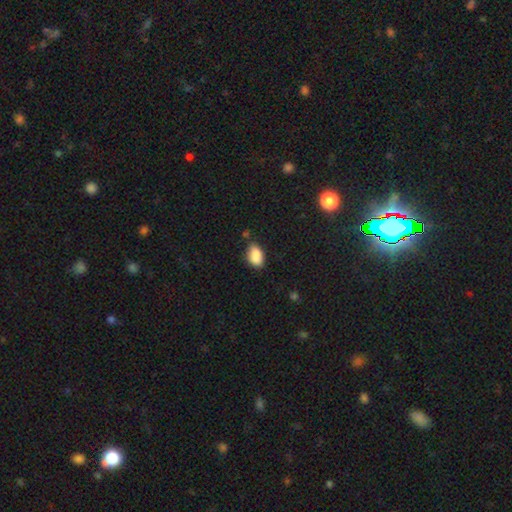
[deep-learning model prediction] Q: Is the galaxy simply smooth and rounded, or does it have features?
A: smooth — 87%.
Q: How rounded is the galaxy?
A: in between — 90%.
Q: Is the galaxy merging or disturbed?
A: none — 66%.